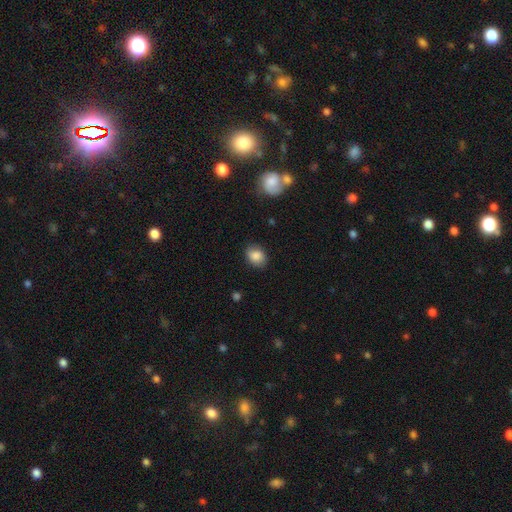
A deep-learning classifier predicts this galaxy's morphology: Smooth or featured?
  - smooth: 84% *
  - star or artifact: 8%
  - featured or disk: 8%
How rounded?
  - in between: 57% *
  - round: 42%
  - cigar-shaped: 1%
Merging?
  - none: 81% *
  - minor disturbance: 14%
  - major disturbance: 3%
  - merger: 1%